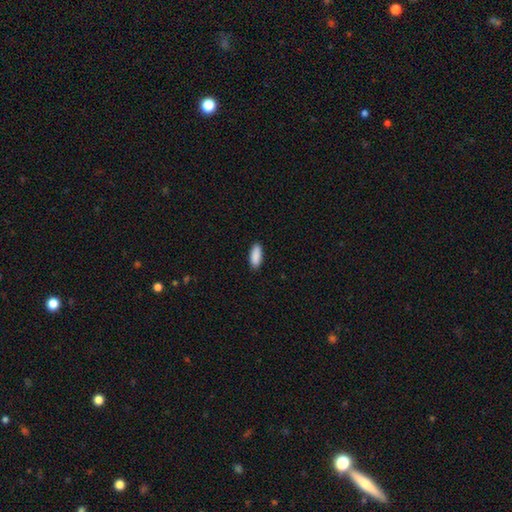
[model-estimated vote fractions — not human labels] The model was most divided on "how rounded": in between: 77%, cigar-shaped: 22%, round: 2%. More confident: smooth or featured — smooth (91%); merging — none (89%).